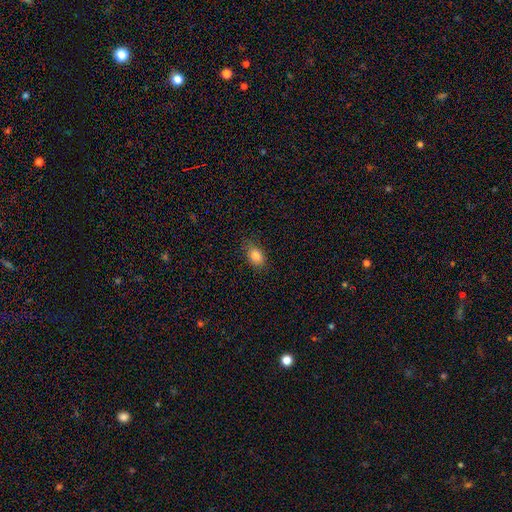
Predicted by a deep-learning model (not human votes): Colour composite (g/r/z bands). It shows a smooth galaxy with no disk features (85%) that is in between round and cigar-shaped (75%). Merging: none (75%).